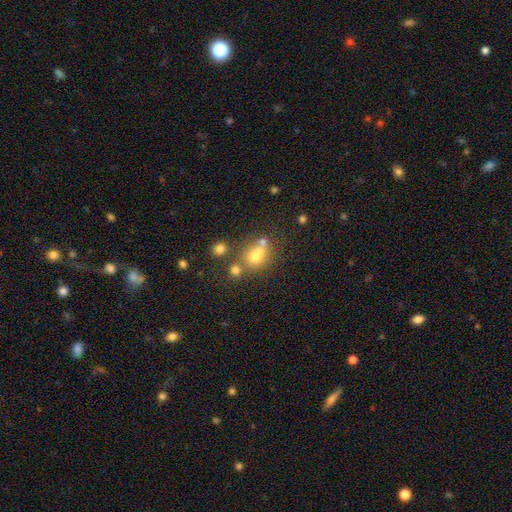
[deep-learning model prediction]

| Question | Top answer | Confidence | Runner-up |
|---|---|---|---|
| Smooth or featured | smooth | 61% | featured or disk (20%) |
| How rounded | round | 73% | in between (26%) |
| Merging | none | 45% | merger (38%) |